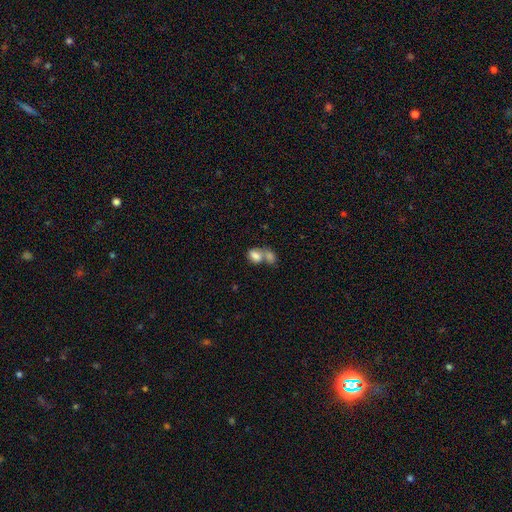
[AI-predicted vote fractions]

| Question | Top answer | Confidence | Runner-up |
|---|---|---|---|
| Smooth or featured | smooth | 79% | featured or disk (12%) |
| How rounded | in between | 80% | round (18%) |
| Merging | merger | 70% | none (19%) |